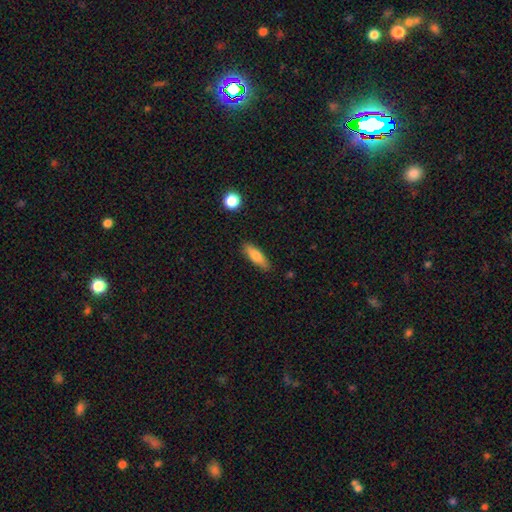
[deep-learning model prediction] Smooth or featured? smooth (73%)
How rounded? cigar-shaped (54%)
Merging? none (86%)